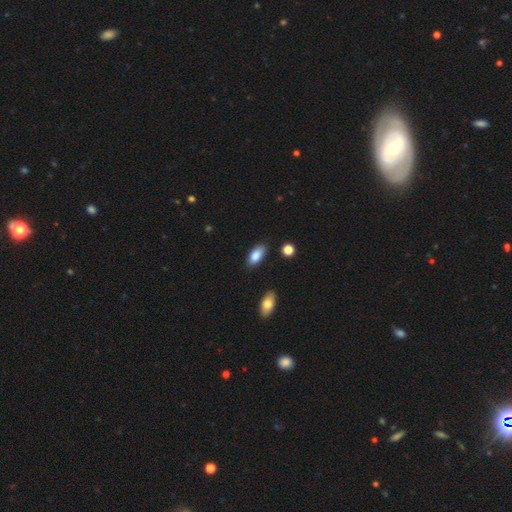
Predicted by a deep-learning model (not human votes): Smooth or featured? Predicted: smooth (p=0.86). How rounded? Predicted: in between (p=0.91). Merging? Predicted: none (p=0.82).